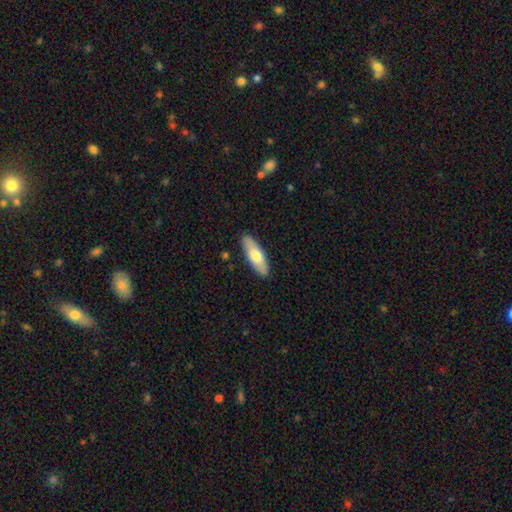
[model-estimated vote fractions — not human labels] Q: Smooth or featured?
A: smooth (67%); runner-up: featured or disk (28%)
Q: How rounded?
A: in between (51%); runner-up: cigar-shaped (47%)
Q: Merging?
A: none (89%); runner-up: minor disturbance (9%)